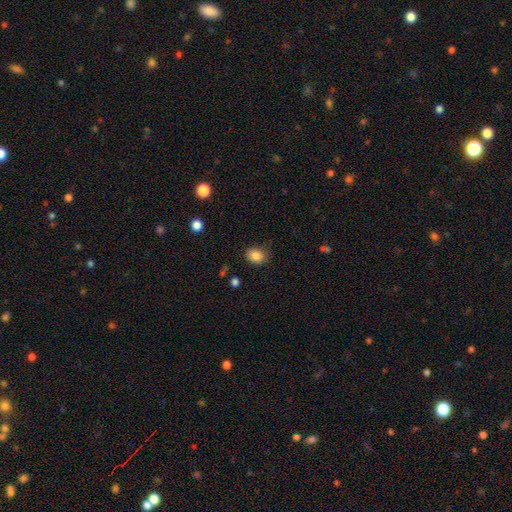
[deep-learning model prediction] A smooth galaxy with no disk features (85%) that is round (50%).

Vote fractions:
- Smooth or featured? smooth: 85% / star or artifact: 10% / featured or disk: 5%
- How rounded? round: 50% / in between: 49% / cigar-shaped: 1%
- Merging? none: 74% / minor disturbance: 19% / major disturbance: 5% / merger: 1%